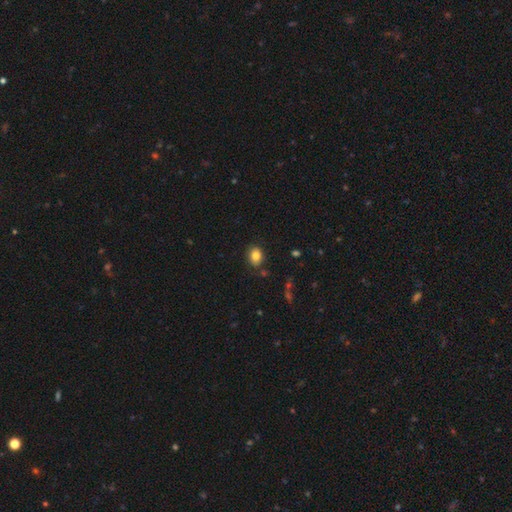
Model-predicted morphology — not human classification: A smooth galaxy with no disk features (83%) that is in between round and cigar-shaped (55%).

Vote fractions:
- Smooth or featured? smooth: 83% / star or artifact: 10% / featured or disk: 7%
- How rounded? in between: 55% / round: 44% / cigar-shaped: 1%
- Merging? none: 84% / minor disturbance: 11% / major disturbance: 3% / merger: 2%